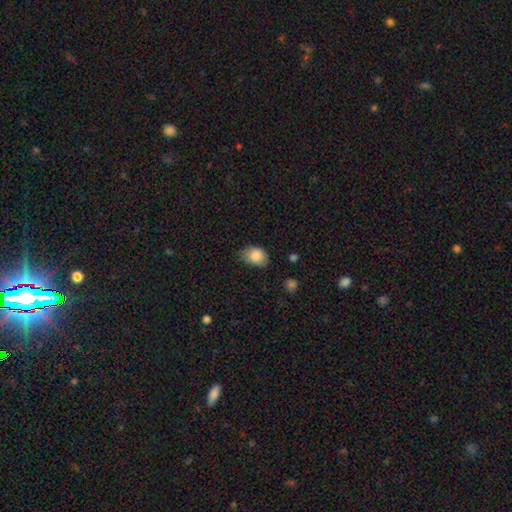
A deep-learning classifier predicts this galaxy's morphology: type=smooth (87%); roundness=in between (72%); merging=none (65%).